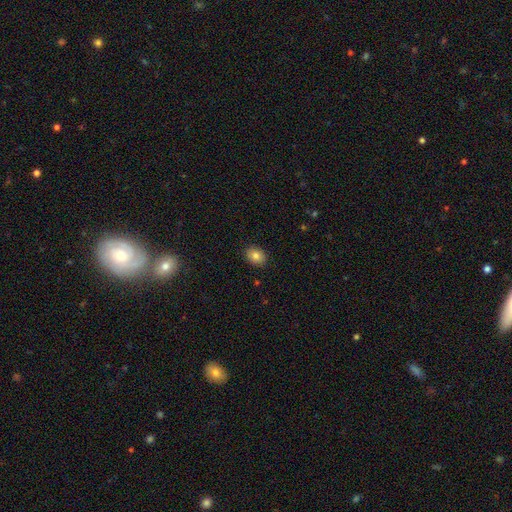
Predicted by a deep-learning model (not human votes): smooth 83%, star or artifact 9%, featured or disk 7%. Down the decision tree: how rounded — in between (58%); merging — none (89%).